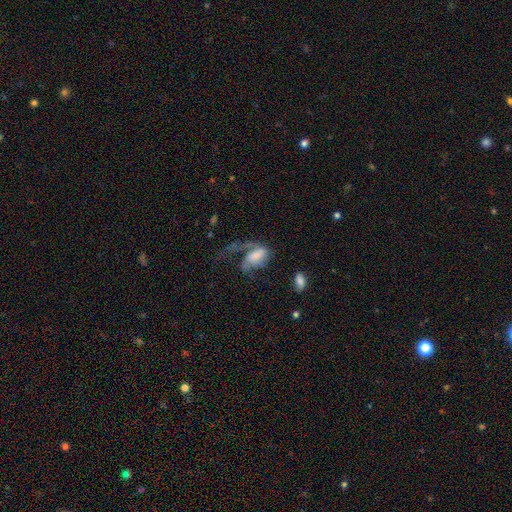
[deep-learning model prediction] This is possibly a smooth galaxy (48%). Merging: possibly major disturbance (59%).